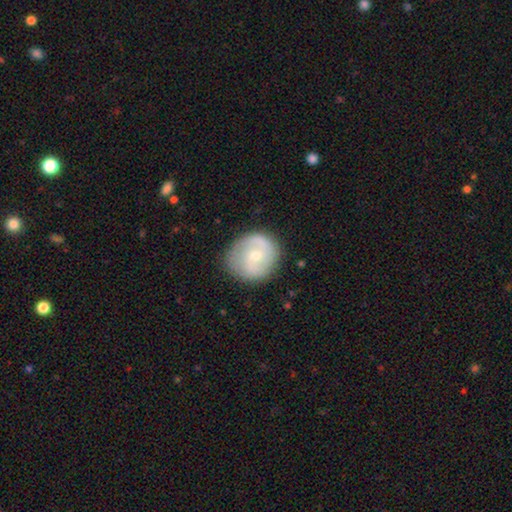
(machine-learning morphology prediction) smooth_or_featured: featured or disk (p=0.55) [alt: smooth p=0.38]
disk_edge_on: no (p=0.97) [alt: yes p=0.03]
bar: no (p=0.59) [alt: weak p=0.33]
has_spiral_arms: yes (p=0.75) [alt: no p=0.25]
bulge_size: small (p=0.53) [alt: moderate p=0.43]
merging: none (p=0.78) [alt: minor disturbance p=0.16]